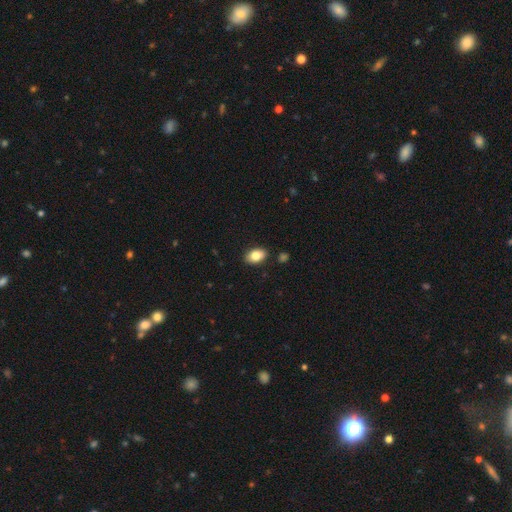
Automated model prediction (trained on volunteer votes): Smooth or featured? smooth (85%)
How rounded? in between (90%)
Merging? none (87%)